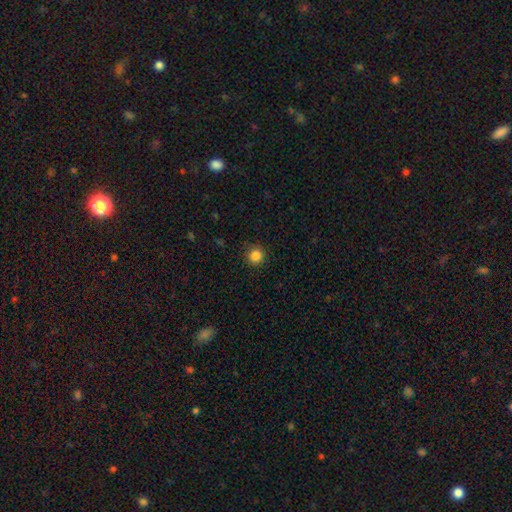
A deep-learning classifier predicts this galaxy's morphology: A smooth galaxy with no disk features (85%) that is round (94%).

Vote fractions:
- Smooth or featured? smooth: 85% / star or artifact: 11% / featured or disk: 4%
- How rounded? round: 94% / in between: 5% / cigar-shaped: 1%
- Merging? none: 91% / minor disturbance: 6% / major disturbance: 2% / merger: 1%